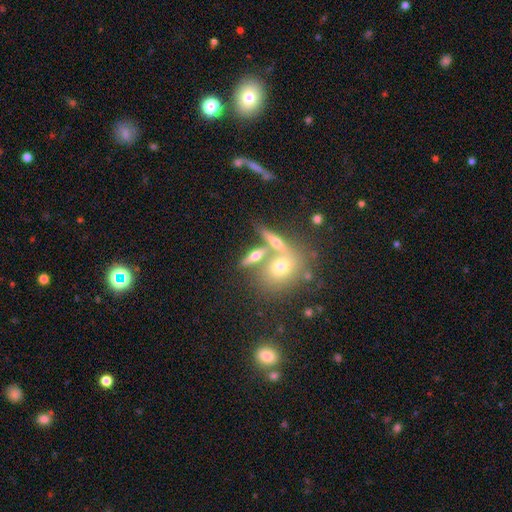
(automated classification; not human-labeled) Morphology: type=smooth (45%); merging=none (52%).